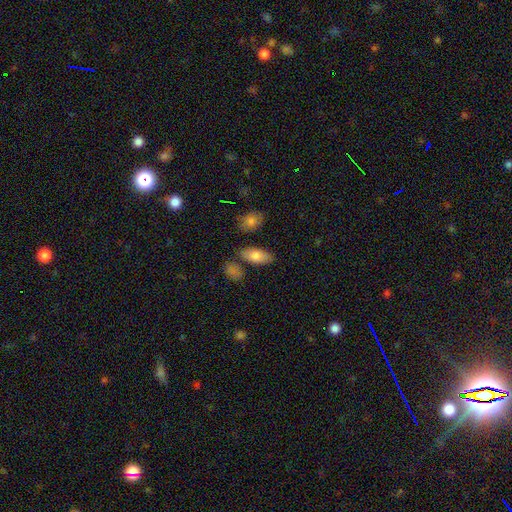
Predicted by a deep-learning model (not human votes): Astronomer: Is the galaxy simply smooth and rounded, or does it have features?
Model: smooth — 79%.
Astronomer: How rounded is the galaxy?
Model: in between — 88%.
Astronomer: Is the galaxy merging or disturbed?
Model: none — 77%.